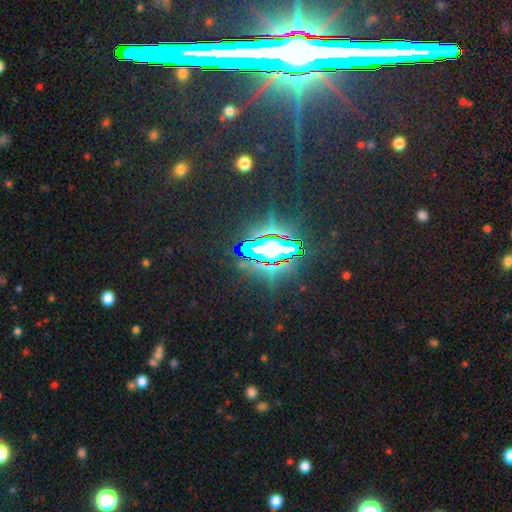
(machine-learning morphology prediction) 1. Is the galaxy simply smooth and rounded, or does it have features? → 81% star or artifact, 10% smooth, 9% featured or disk.